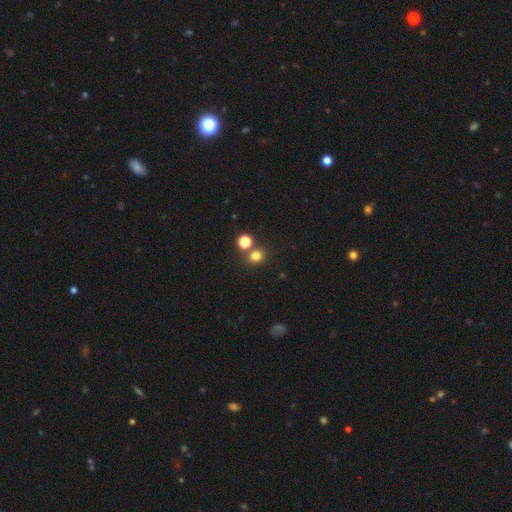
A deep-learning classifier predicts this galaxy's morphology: smooth 77%, star or artifact 17%, featured or disk 6%. Down the decision tree: how rounded — round (76%); merging — none (68%).